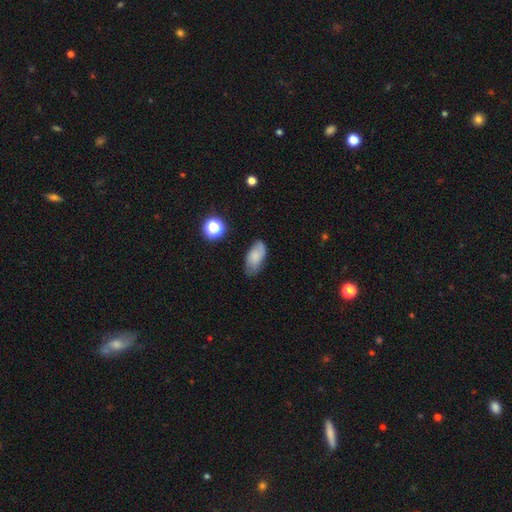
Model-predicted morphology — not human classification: smooth-or-featured: smooth: 71% | featured or disk: 20% | star or artifact: 9%
  how-rounded: in between: 92% | cigar-shaped: 4% | round: 4%
  merging: none: 67% | minor disturbance: 25% | major disturbance: 6% | merger: 2%